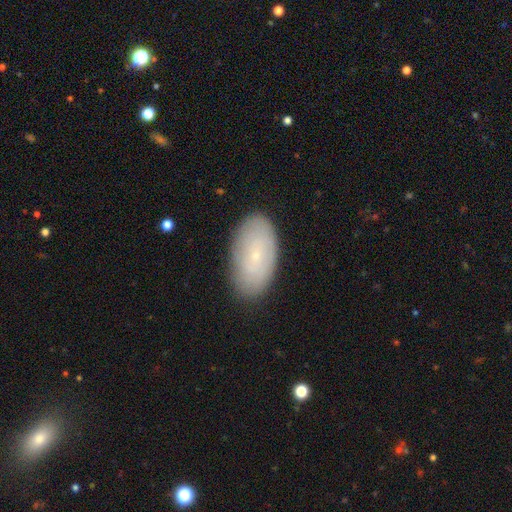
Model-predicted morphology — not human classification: The model was most divided on "smooth or featured": smooth: 60%, featured or disk: 32%, star or artifact: 8%. More confident: how rounded — in between (94%); merging — none (85%).